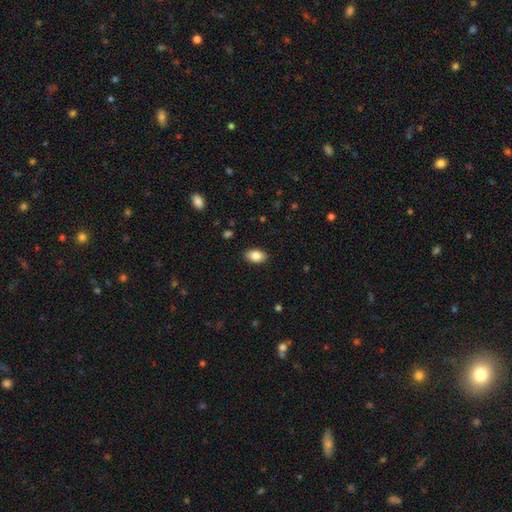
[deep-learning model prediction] Smooth or featured?
  - smooth: 84% *
  - featured or disk: 8%
  - star or artifact: 7%
How rounded?
  - in between: 92% *
  - round: 6%
  - cigar-shaped: 2%
Merging?
  - none: 89% *
  - minor disturbance: 8%
  - major disturbance: 2%
  - merger: 1%